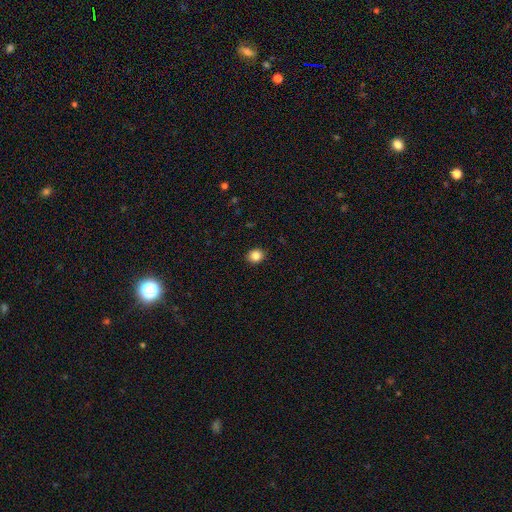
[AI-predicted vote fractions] A smooth galaxy with no disk features (84%) that is round (69%). Merging: none (92%).